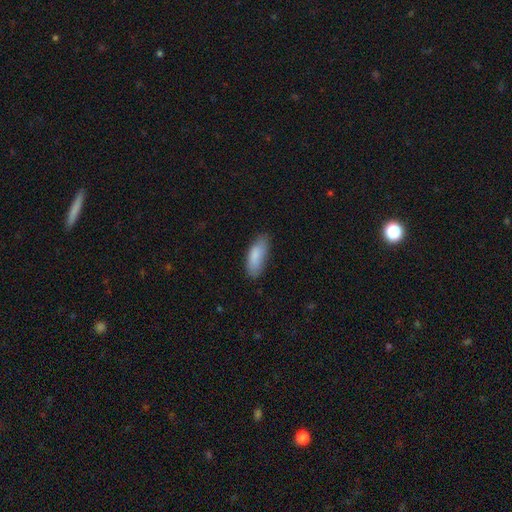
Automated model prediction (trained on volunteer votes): Smooth or featured? smooth (85%)
How rounded? in between (72%)
Merging? none (75%)